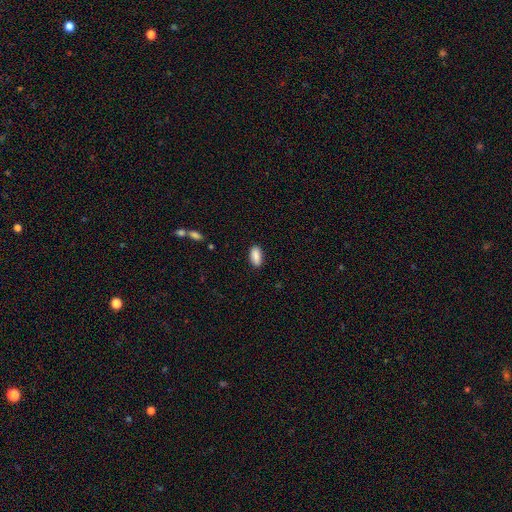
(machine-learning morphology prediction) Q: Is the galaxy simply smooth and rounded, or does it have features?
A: smooth — 89%.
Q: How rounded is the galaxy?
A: in between — 89%.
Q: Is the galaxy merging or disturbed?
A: none — 88%.